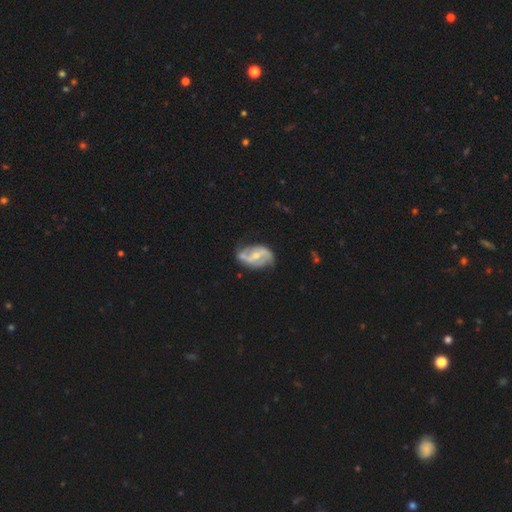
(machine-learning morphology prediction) Smooth or featured?
  - featured or disk: 82% *
  - smooth: 13%
  - star or artifact: 5%
Edge-on disk?
  - no: 97% *
  - yes: 3%
Bar?
  - weak: 47% *
  - no: 29%
  - strong: 24%
Spiral arms?
  - yes: 91% *
  - no: 9%
Spiral winding?
  - medium: 41% *
  - loose: 40%
  - tight: 18%
Spiral arm count?
  - 2: 82% *
  - can't tell: 9%
  - 3: 4%
  - 1: 3%
  - 4: 1%
  - more than 4: 1%
Bulge size?
  - small: 48% *
  - moderate: 47%
  - none: 2%
  - large: 2%
  - dominant: 1%
Merging?
  - none: 58% *
  - minor disturbance: 27%
  - major disturbance: 11%
  - merger: 4%